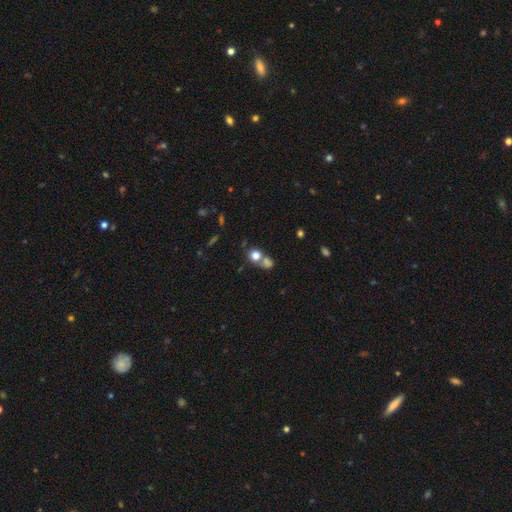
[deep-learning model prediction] Q: Smooth or featured?
A: smooth (77%); runner-up: star or artifact (12%)
Q: How rounded?
A: round (79%); runner-up: in between (20%)
Q: Merging?
A: merger (47%); runner-up: none (41%)